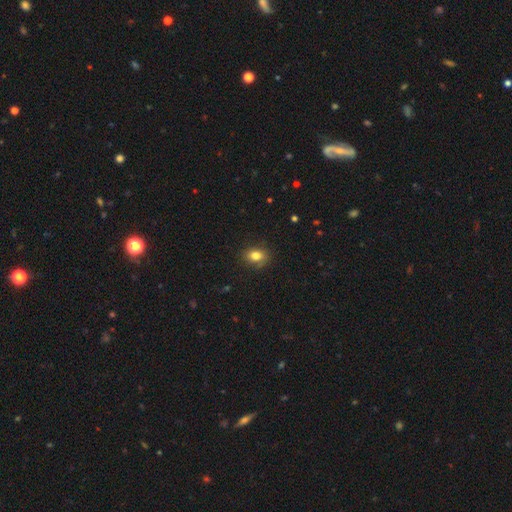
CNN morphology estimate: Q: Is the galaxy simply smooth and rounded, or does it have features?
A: smooth — 82%.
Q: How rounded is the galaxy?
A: in between — 64%.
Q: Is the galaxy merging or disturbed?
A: none — 83%.